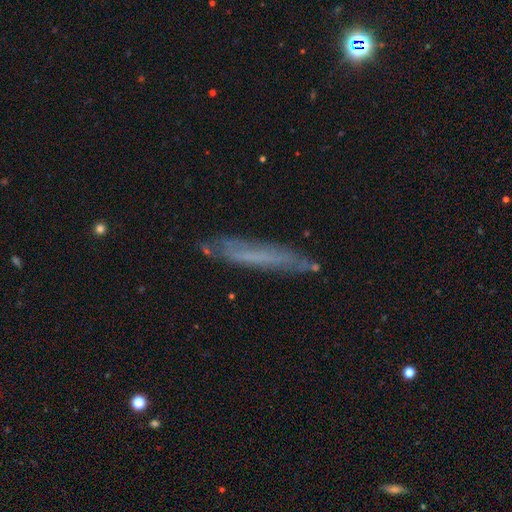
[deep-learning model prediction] The model was most divided on "smooth or featured": featured or disk: 47%, smooth: 42%, star or artifact: 10%. More confident: merging — none (75%).